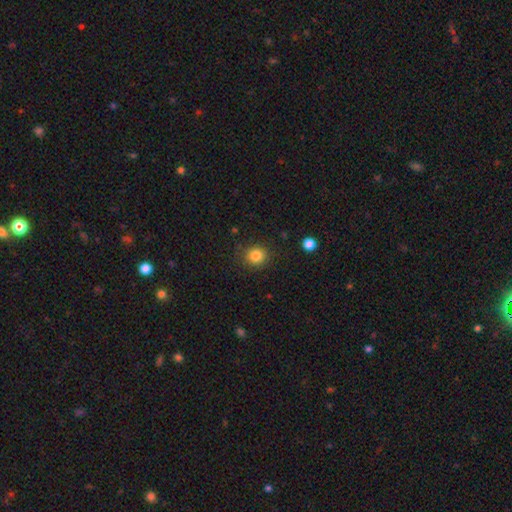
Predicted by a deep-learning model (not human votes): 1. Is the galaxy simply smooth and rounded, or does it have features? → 84% smooth, 11% star or artifact, 5% featured or disk.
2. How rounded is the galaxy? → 88% round, 11% in between, 1% cigar-shaped.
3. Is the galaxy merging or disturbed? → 88% none, 8% minor disturbance, 3% major disturbance, 1% merger.